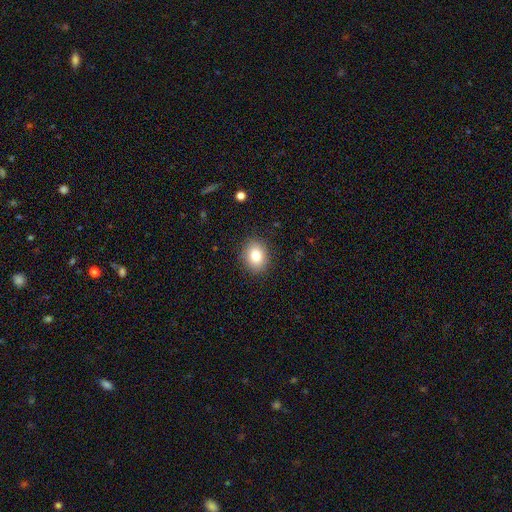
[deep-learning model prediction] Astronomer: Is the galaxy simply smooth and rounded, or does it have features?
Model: smooth — 82%.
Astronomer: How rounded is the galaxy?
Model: round — 51% (runner-up: in between, 48%).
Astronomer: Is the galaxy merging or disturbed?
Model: none — 88%.